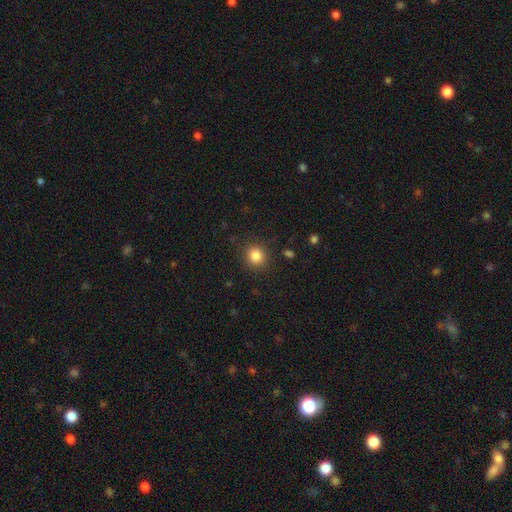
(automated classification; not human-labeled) A smooth galaxy with no disk features (84%) that is round (89%). Merging: none (89%).